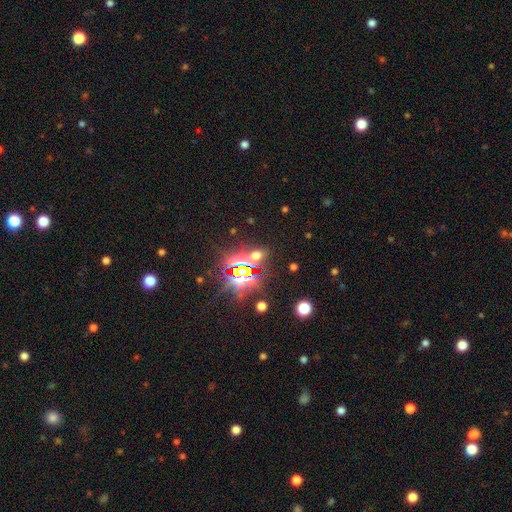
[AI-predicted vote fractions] A star or artifact, not a galaxy (61%).